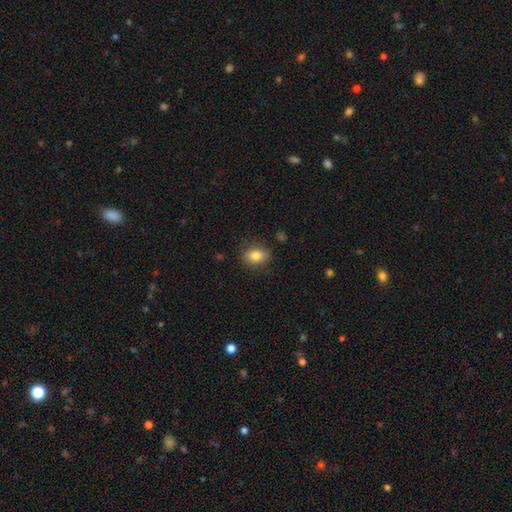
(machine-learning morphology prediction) smooth 84%, star or artifact 9%, featured or disk 8%. Down the decision tree: how rounded — in between (70%); merging — none (84%).